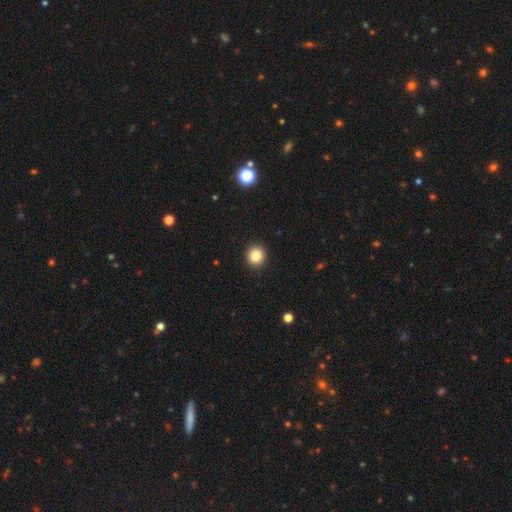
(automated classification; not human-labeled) The model was most divided on "smooth or featured": smooth: 84%, star or artifact: 11%, featured or disk: 5%. More confident: how rounded — round (94%); merging — none (93%).